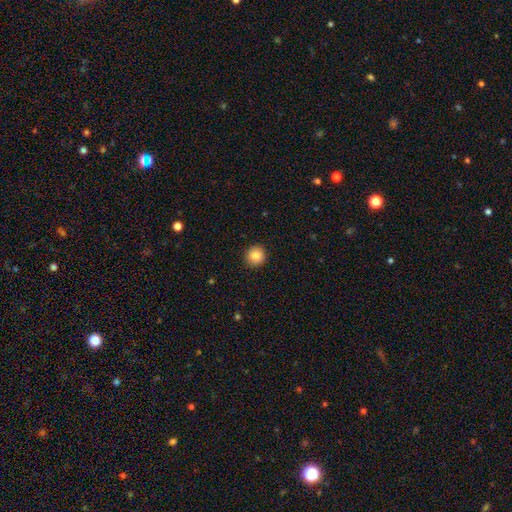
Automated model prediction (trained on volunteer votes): Morphology: type=smooth (85%); roundness=round (93%); merging=none (92%).